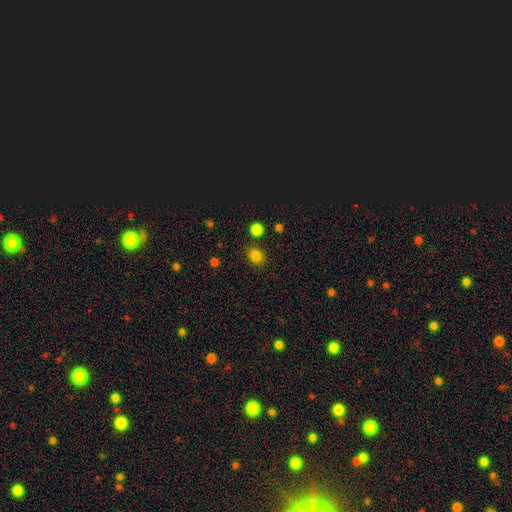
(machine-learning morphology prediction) Q: Smooth or featured?
A: smooth (83%); runner-up: star or artifact (13%)
Q: How rounded?
A: round (57%); runner-up: in between (42%)
Q: Merging?
A: none (82%); runner-up: minor disturbance (10%)